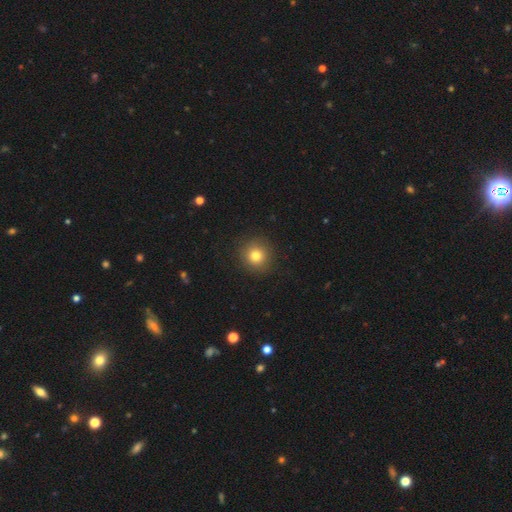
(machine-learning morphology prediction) Smooth or featured?
  - smooth: 80% *
  - star or artifact: 12%
  - featured or disk: 8%
How rounded?
  - round: 93% *
  - in between: 6%
  - cigar-shaped: 1%
Merging?
  - none: 90% *
  - minor disturbance: 6%
  - major disturbance: 2%
  - merger: 1%